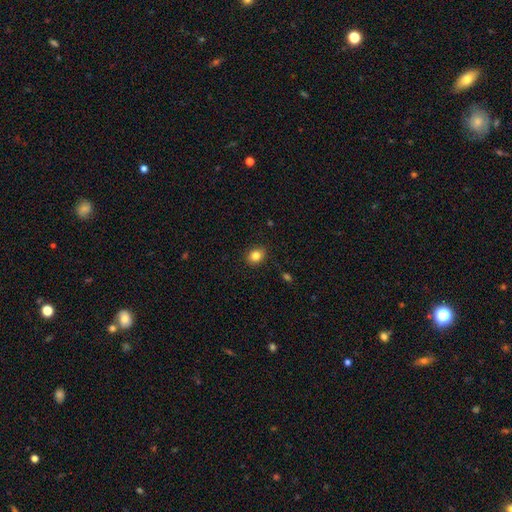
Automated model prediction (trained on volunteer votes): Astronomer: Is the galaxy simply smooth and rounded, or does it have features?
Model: smooth — 84%.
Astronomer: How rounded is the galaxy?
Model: round — 58% (runner-up: in between, 41%).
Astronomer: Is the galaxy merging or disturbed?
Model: none — 89%.